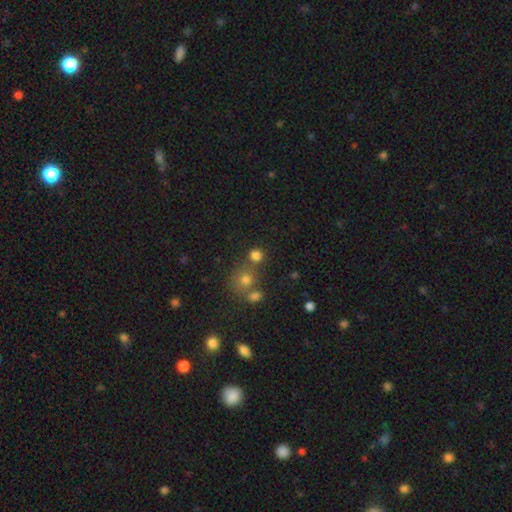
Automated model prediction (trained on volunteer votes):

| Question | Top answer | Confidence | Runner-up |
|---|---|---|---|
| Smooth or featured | smooth | 77% | star or artifact (17%) |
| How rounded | round | 82% | in between (17%) |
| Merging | none | 64% | merger (23%) |